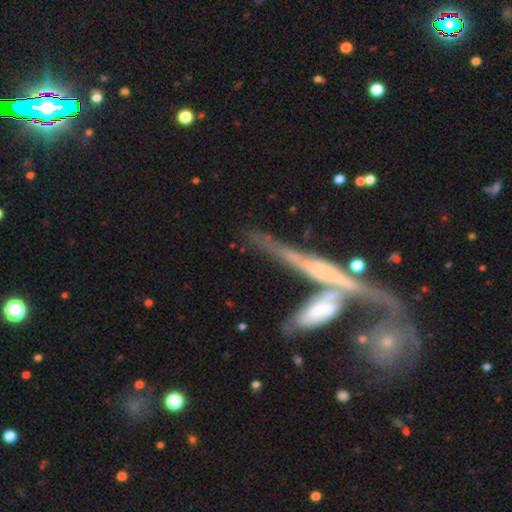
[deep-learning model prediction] Q: Smooth or featured?
A: featured or disk (65%); runner-up: smooth (25%)
Q: Edge-on disk?
A: yes (75%); runner-up: no (25%)
Q: Merging?
A: merger (41%); runner-up: none (34%)